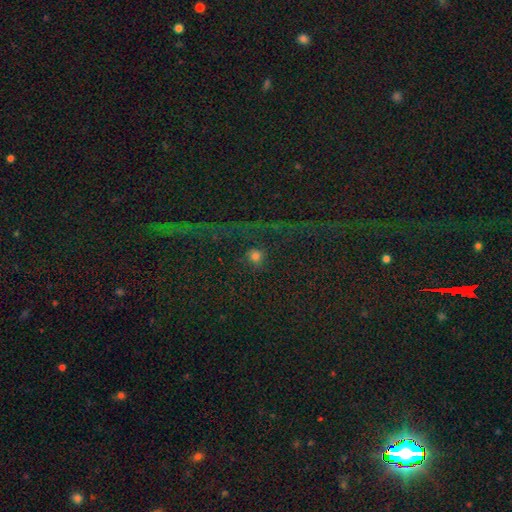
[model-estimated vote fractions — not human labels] smooth-or-featured: smooth: 54% | star or artifact: 35% | featured or disk: 11%
  how-rounded: round: 87% | in between: 11% | cigar-shaped: 2%
  merging: none: 70% | major disturbance: 12% | minor disturbance: 12% | merger: 7%